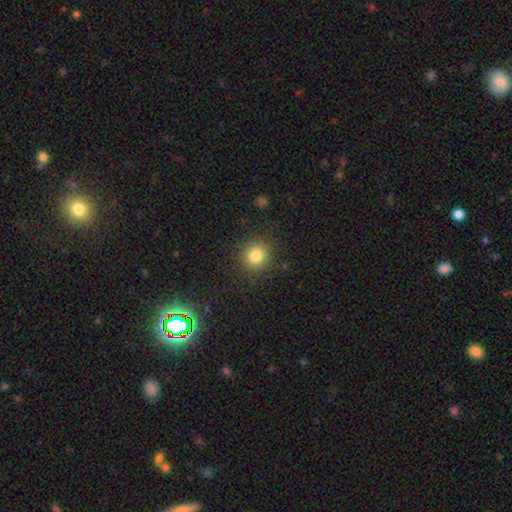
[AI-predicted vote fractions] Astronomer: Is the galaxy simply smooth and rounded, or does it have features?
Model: smooth — 81%.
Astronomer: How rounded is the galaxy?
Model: round — 86%.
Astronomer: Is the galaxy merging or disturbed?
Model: none — 88%.